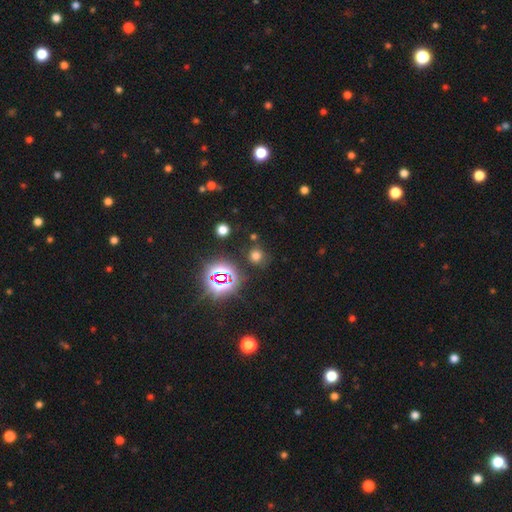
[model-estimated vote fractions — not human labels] smooth-or-featured: smooth: 59% | star or artifact: 34% | featured or disk: 7%
  how-rounded: round: 84% | in between: 15% | cigar-shaped: 1%
  merging: none: 79% | minor disturbance: 11% | merger: 5% | major disturbance: 5%